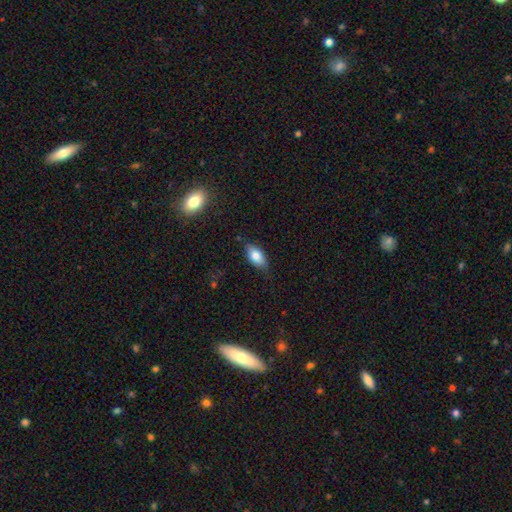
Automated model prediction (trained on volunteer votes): This appears to be a smooth galaxy with no disk features (75%) that is in between round and cigar-shaped (88%). Merging: none (74%).